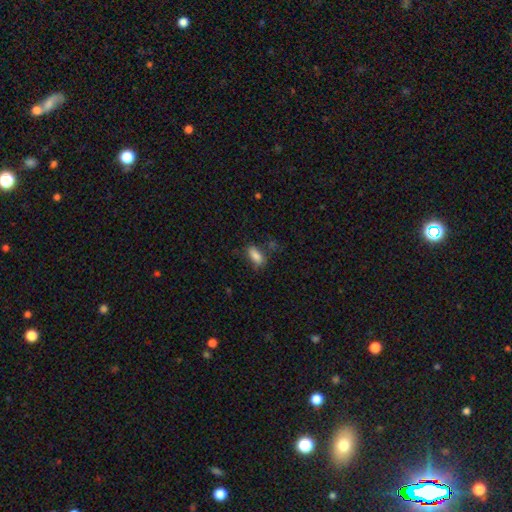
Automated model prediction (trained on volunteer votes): Smooth or featured: smooth — 84% (star or artifact — 8%)
How rounded: in between — 81% (cigar-shaped — 16%)
Merging: none — 67% (minor disturbance — 21%)